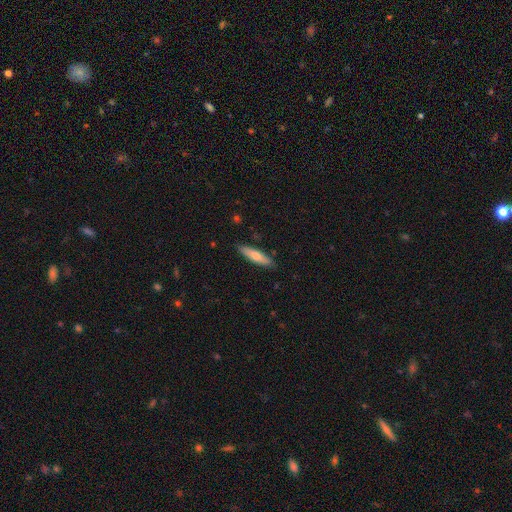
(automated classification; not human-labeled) Smooth or featured?
  - smooth: 63% *
  - featured or disk: 31%
  - star or artifact: 6%
How rounded?
  - cigar-shaped: 75% *
  - in between: 23%
  - round: 2%
Merging?
  - none: 88% *
  - minor disturbance: 9%
  - major disturbance: 2%
  - merger: 1%